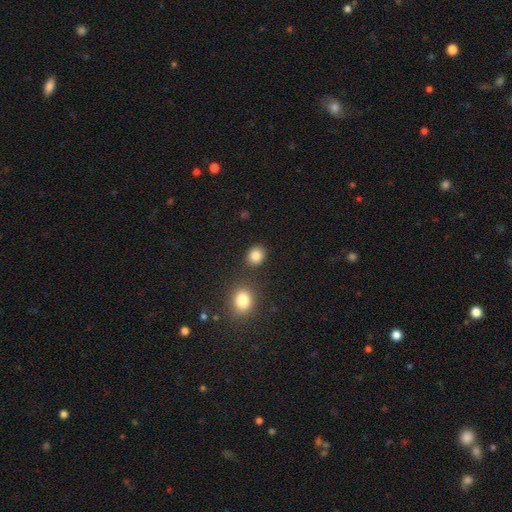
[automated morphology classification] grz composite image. It shows a smooth galaxy with no disk features (85%) that is round (70%). Merging: none (81%).